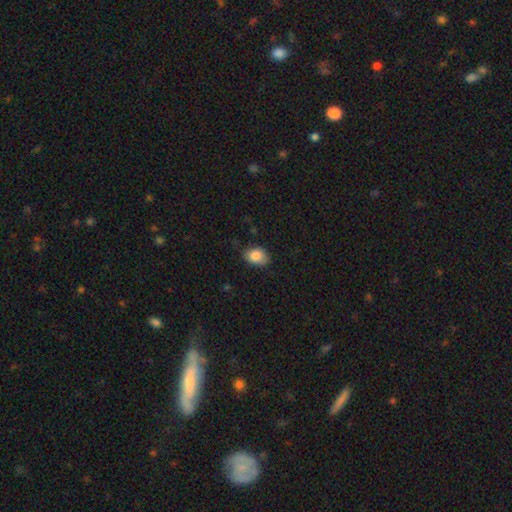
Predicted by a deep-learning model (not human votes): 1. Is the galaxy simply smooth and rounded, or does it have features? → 84% smooth, 8% star or artifact, 7% featured or disk.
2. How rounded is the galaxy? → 75% in between, 24% round, 1% cigar-shaped.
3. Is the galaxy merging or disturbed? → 73% none, 22% minor disturbance, 4% major disturbance, 1% merger.